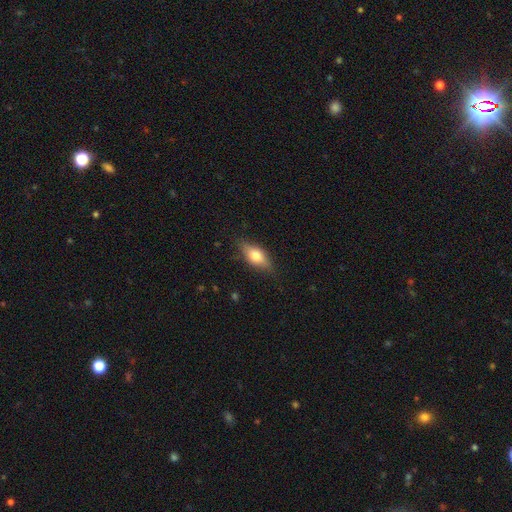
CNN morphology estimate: Overall: smooth (62%; featured or disk 31%). How rounded: in between (76%). Merging: none (81%).